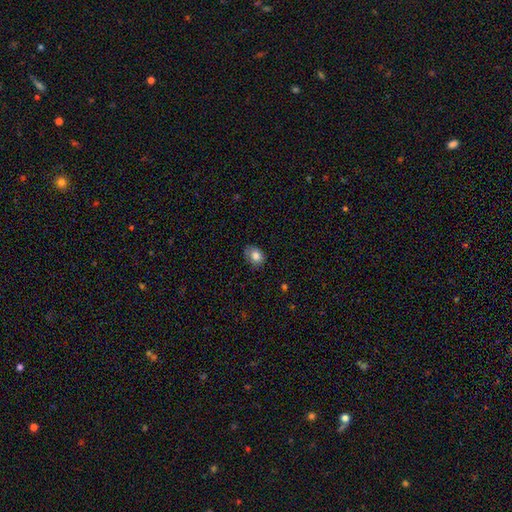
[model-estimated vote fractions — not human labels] This is clearly a smooth galaxy (83%). How rounded: likely in between (65%). Merging: likely none (71%).